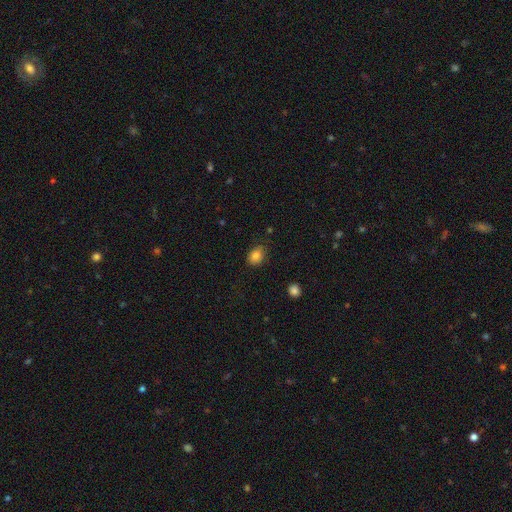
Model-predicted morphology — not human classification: smooth_or_featured: smooth (p=0.84) [alt: star or artifact p=0.10]
how_rounded: in between (p=0.58) [alt: round p=0.41]
merging: none (p=0.79) [alt: minor disturbance p=0.16]